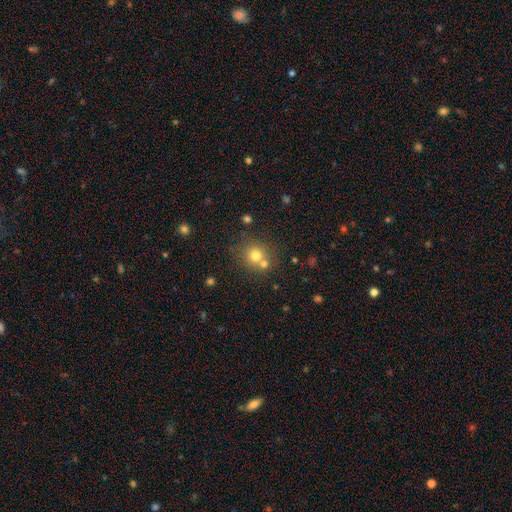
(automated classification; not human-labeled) Smooth or featured: smooth — 73% (star or artifact — 16%)
How rounded: round — 89% (in between — 10%)
Merging: none — 61% (merger — 28%)